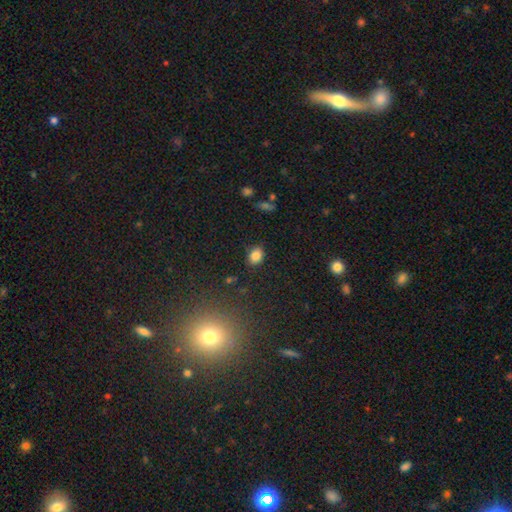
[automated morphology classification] Smooth or featured?
  - smooth: 83% *
  - star or artifact: 11%
  - featured or disk: 6%
How rounded?
  - in between: 60% *
  - round: 39%
  - cigar-shaped: 1%
Merging?
  - none: 85% *
  - minor disturbance: 11%
  - major disturbance: 3%
  - merger: 2%